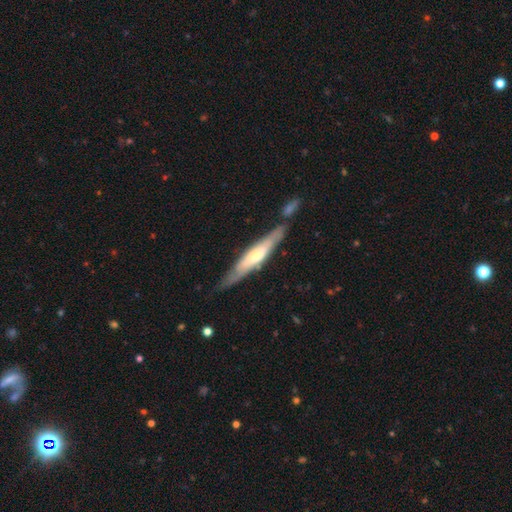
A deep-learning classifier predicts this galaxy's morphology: Smooth or featured? featured or disk (54%)
Edge-on disk? yes (79%)
Merging? none (69%)